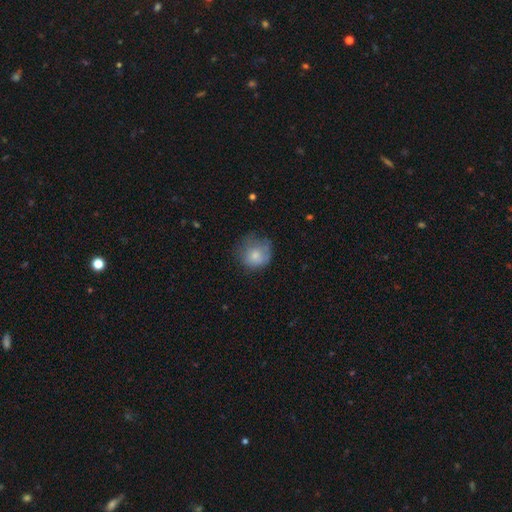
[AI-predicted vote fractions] Smooth or featured? Predicted: smooth (p=0.75). How rounded? Predicted: round (p=0.80). Merging? Predicted: none (p=0.48).